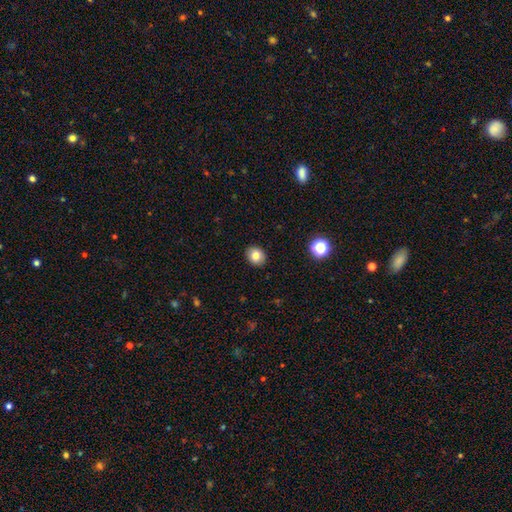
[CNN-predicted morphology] Smooth or featured? Predicted: smooth (p=0.81). How rounded? Predicted: round (p=0.66). Merging? Predicted: none (p=0.91).